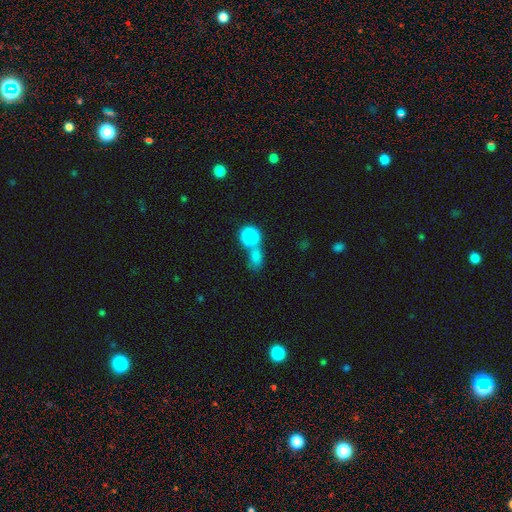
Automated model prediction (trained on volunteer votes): smooth-or-featured: smooth: 72% | star or artifact: 20% | featured or disk: 8%
  how-rounded: in between: 55% | round: 42% | cigar-shaped: 4%
  merging: none: 42% | merger: 40% | minor disturbance: 11% | major disturbance: 8%